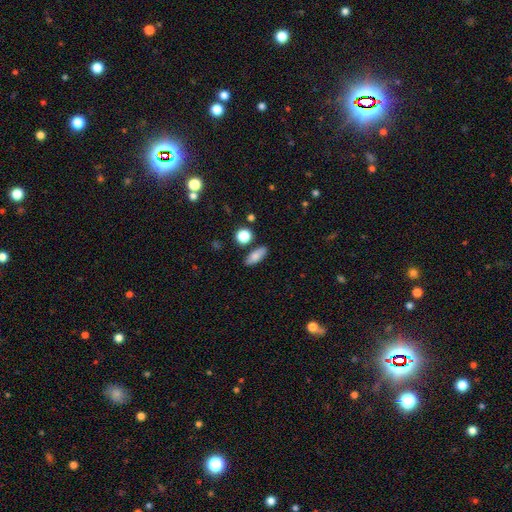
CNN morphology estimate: smooth-or-featured: smooth: 80% | featured or disk: 11% | star or artifact: 9%
  how-rounded: in between: 73% | cigar-shaped: 20% | round: 7%
  merging: none: 82% | minor disturbance: 11% | merger: 5% | major disturbance: 3%